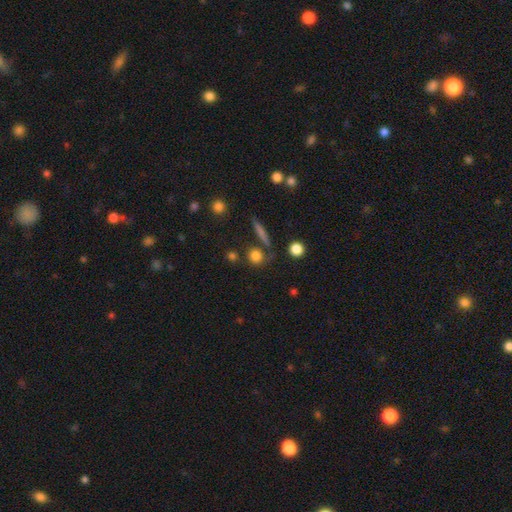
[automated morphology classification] smooth 80%, star or artifact 12%, featured or disk 8%. Down the decision tree: how rounded — round (86%); merging — none (75%).